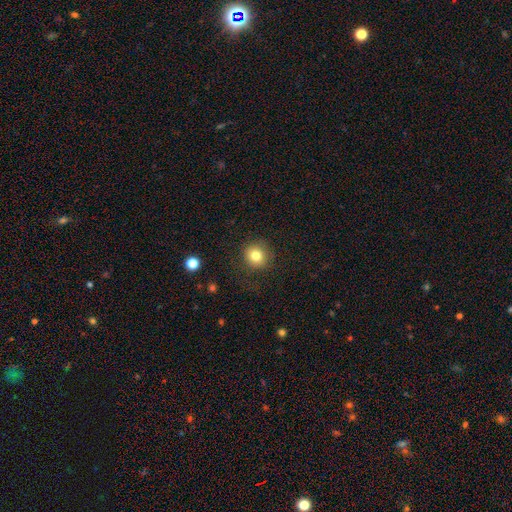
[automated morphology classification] smooth-or-featured: smooth: 80% | star or artifact: 11% | featured or disk: 9%
  how-rounded: round: 89% | in between: 10% | cigar-shaped: 1%
  merging: none: 84% | minor disturbance: 10% | major disturbance: 4% | merger: 1%